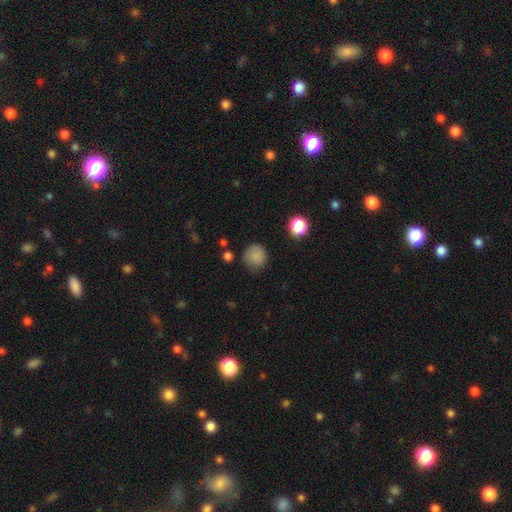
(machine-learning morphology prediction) The model was most divided on "merging": none: 76%, minor disturbance: 17%, major disturbance: 5%, merger: 2%. More confident: how rounded — round (90%); smooth or featured — smooth (84%).